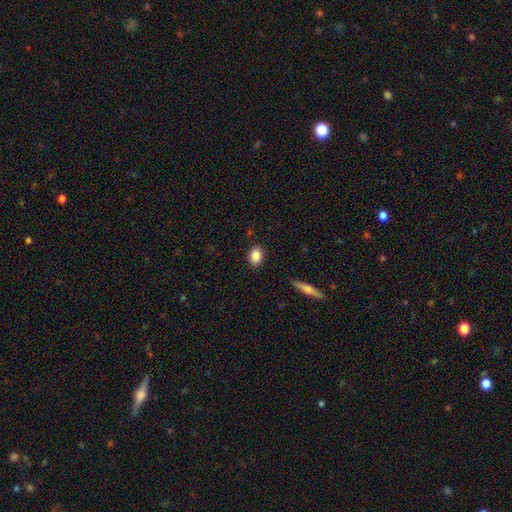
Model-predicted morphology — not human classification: Smooth or featured: smooth — 86% (star or artifact — 8%)
How rounded: in between — 77% (round — 21%)
Merging: none — 88% (minor disturbance — 8%)